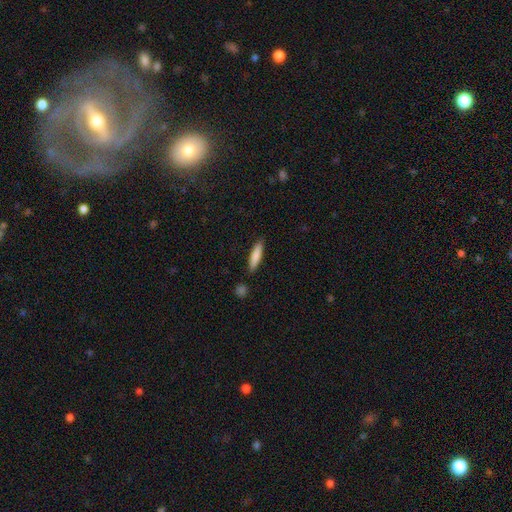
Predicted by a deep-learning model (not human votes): Smooth or featured: smooth — 80% (featured or disk — 14%)
How rounded: cigar-shaped — 81% (in between — 17%)
Merging: none — 87% (minor disturbance — 9%)